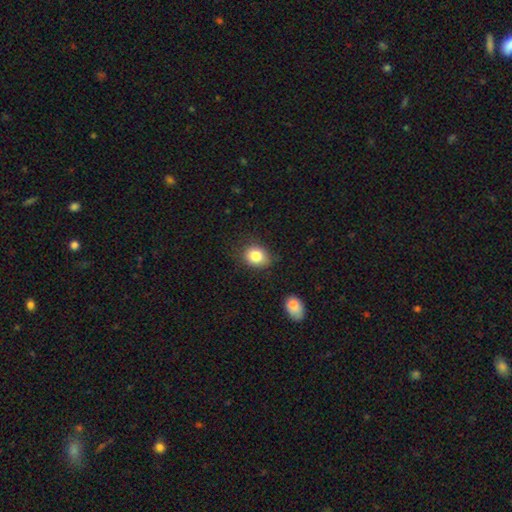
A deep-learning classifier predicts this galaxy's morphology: Q: Smooth or featured?
A: smooth (82%); runner-up: star or artifact (10%)
Q: How rounded?
A: round (56%); runner-up: in between (43%)
Q: Merging?
A: none (77%); runner-up: minor disturbance (17%)